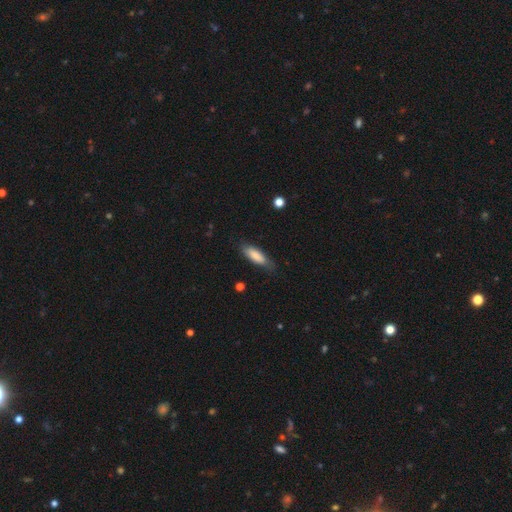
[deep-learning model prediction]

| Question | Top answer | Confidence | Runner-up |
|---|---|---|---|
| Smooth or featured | smooth | 84% | featured or disk (11%) |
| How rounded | in between | 55% | cigar-shaped (43%) |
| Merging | none | 74% | minor disturbance (20%) |